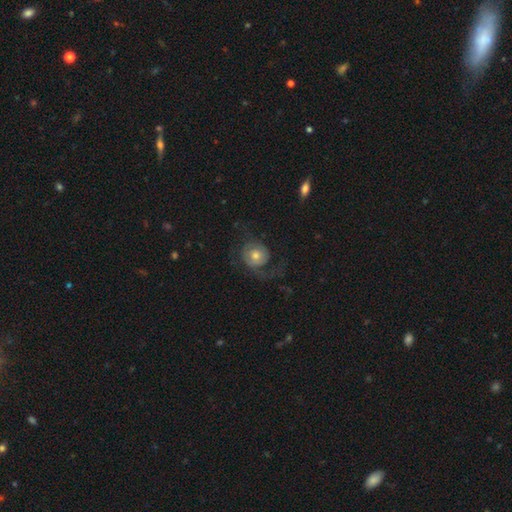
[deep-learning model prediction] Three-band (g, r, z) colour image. It shows a featured or disk galaxy (56%) with no bar (77%), spiral arms (78%) and a moderate central bulge (64%). Merging: none (55%).